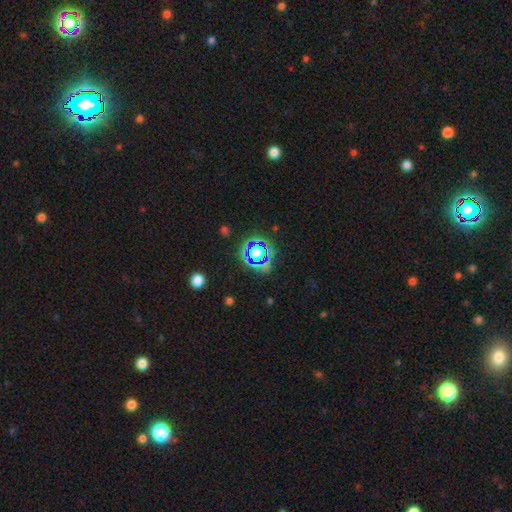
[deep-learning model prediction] This appears to be a star or artifact, not a galaxy (61%).